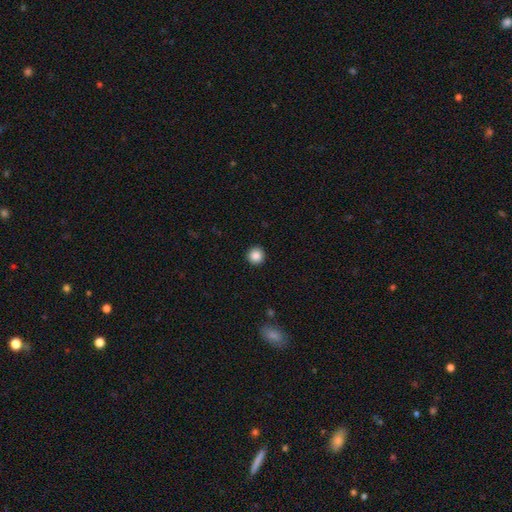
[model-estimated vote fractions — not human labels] Smooth or featured? smooth (87%)
How rounded? round (96%)
Merging? none (93%)